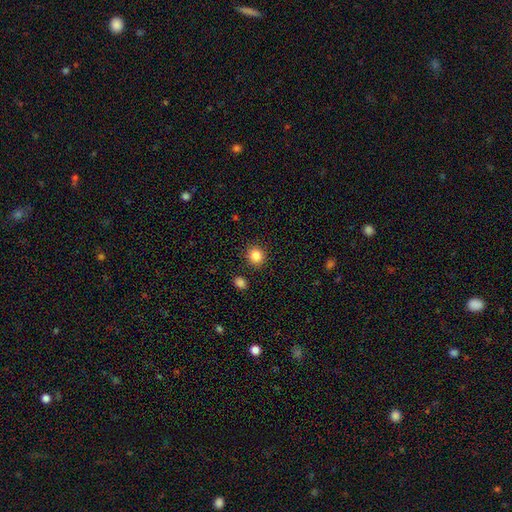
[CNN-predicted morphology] This is clearly a smooth galaxy (85%). How rounded: clearly round (84%). Merging: clearly none (89%).